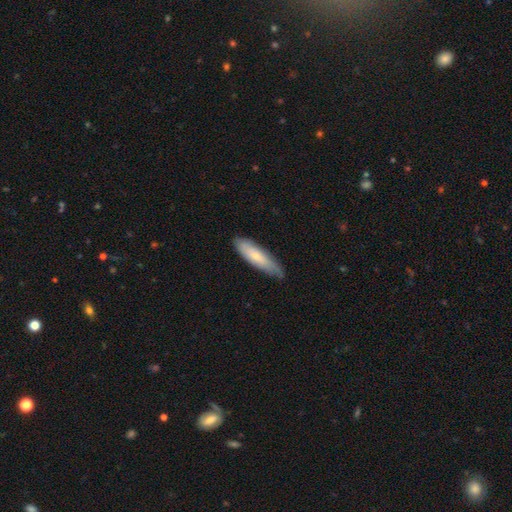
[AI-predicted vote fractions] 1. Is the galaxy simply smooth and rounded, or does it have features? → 68% smooth, 27% featured or disk, 6% star or artifact.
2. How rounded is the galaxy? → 68% cigar-shaped, 31% in between, 1% round.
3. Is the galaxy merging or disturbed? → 70% none, 25% minor disturbance, 4% major disturbance, 1% merger.